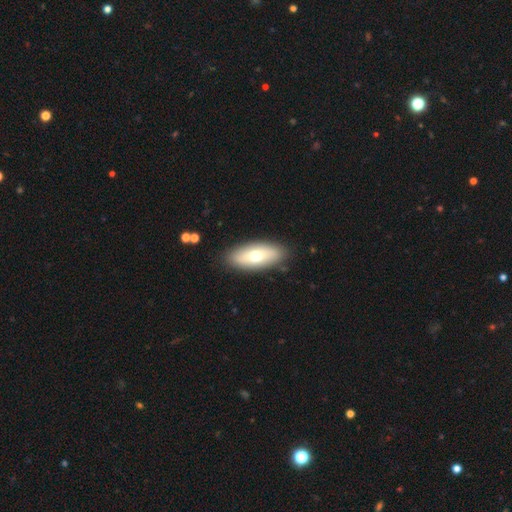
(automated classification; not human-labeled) Morphology: type=smooth (64%); roundness=in between (84%); merging=none (88%).